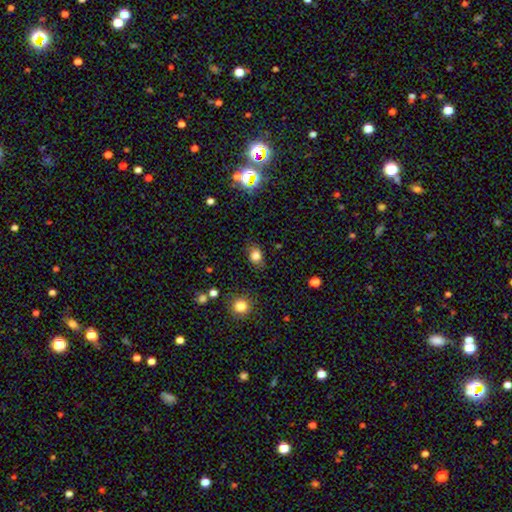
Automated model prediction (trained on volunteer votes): Morphology: type=smooth (80%); roundness=in between (56%); merging=none (78%).